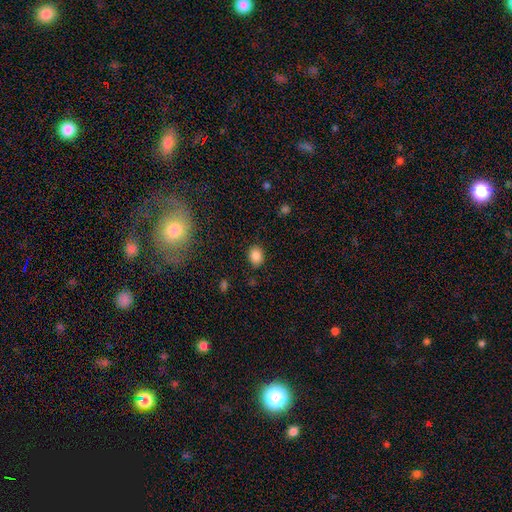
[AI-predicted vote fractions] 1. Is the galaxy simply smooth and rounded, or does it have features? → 86% smooth, 10% star or artifact, 4% featured or disk.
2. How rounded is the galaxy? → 56% in between, 43% round, 1% cigar-shaped.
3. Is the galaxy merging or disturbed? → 83% none, 13% minor disturbance, 3% major disturbance, 2% merger.